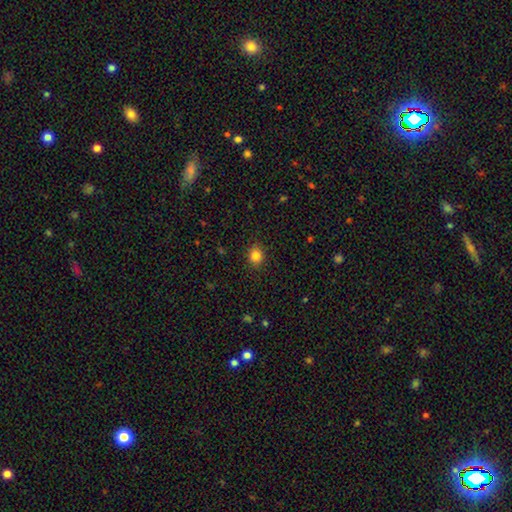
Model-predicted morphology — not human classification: smooth 84%, star or artifact 11%, featured or disk 5%. Down the decision tree: how rounded — round (74%); merging — none (88%).